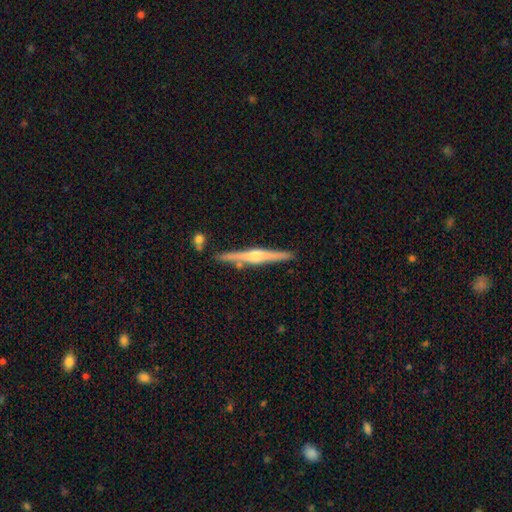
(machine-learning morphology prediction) Overall: featured or disk (76%). Edge-on disk: yes (98%). Edge-on bulge: rounded (83%). Merging: none (87%).